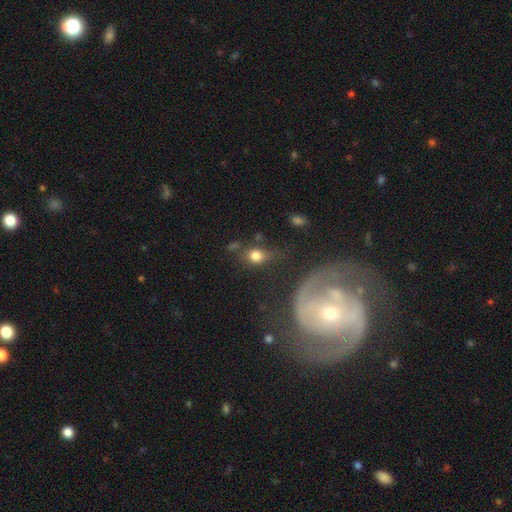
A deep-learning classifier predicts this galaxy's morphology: Q: Smooth or featured?
A: smooth (75%); runner-up: star or artifact (13%)
Q: How rounded?
A: round (57%); runner-up: in between (39%)
Q: Merging?
A: none (58%); runner-up: minor disturbance (21%)